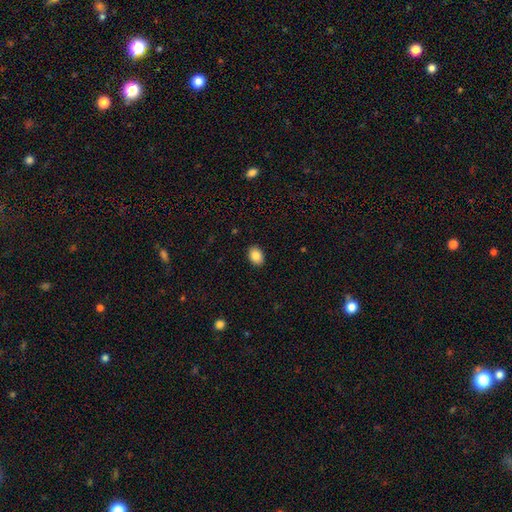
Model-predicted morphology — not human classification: Smooth or featured? Predicted: smooth (p=0.86). How rounded? Predicted: in between (p=0.75). Merging? Predicted: none (p=0.90).